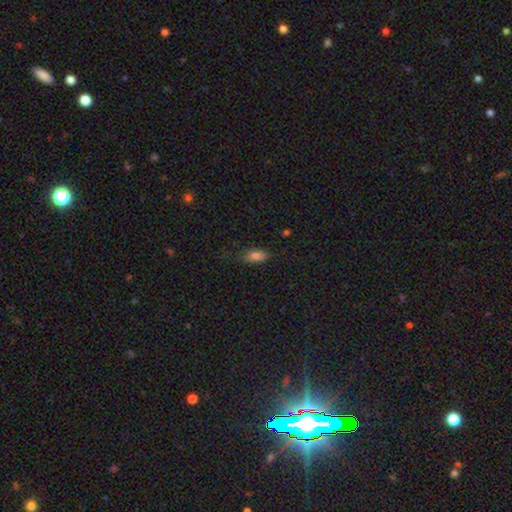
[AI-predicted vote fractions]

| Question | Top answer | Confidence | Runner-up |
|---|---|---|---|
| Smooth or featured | smooth | 81% | star or artifact (11%) |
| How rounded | in between | 87% | cigar-shaped (9%) |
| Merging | none | 70% | minor disturbance (23%) |